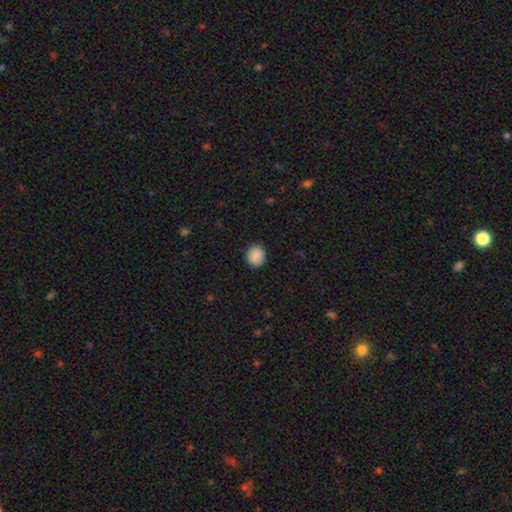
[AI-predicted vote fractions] This is clearly a smooth galaxy (90%). How rounded: likely round (74%). Merging: clearly none (89%).